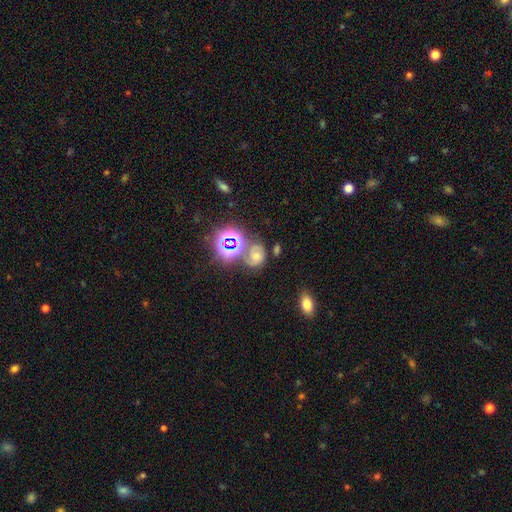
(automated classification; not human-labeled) Smooth or featured? featured or disk (38%)
Merging? none (51%)